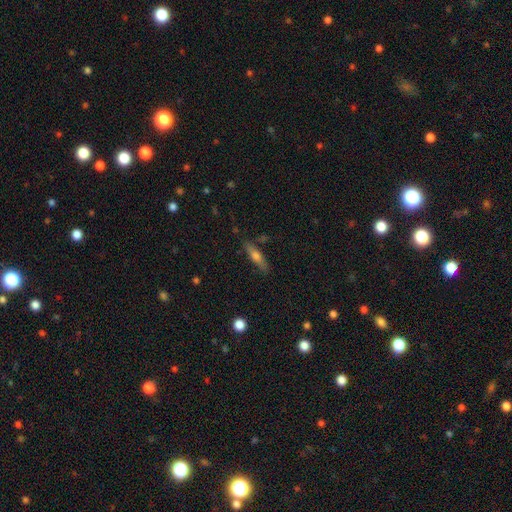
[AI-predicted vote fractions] smooth 48%, featured or disk 45%, star or artifact 7%. Down the decision tree: merging — none (83%).